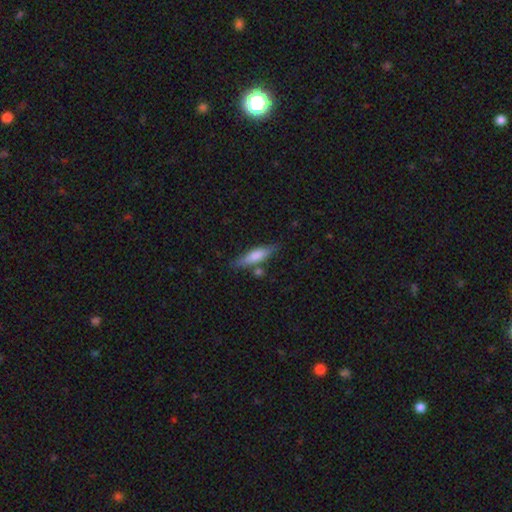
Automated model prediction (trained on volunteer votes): The model was most divided on "how rounded": cigar-shaped: 70%, in between: 28%, round: 2%. More confident: merging — none (73%); smooth or featured — smooth (69%).